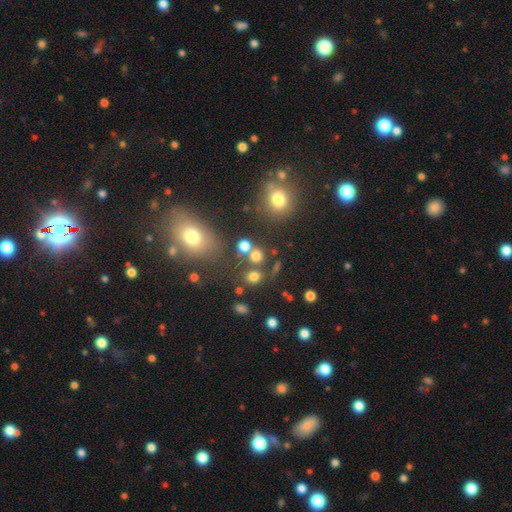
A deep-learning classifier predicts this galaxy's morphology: A smooth galaxy with no disk features (72%) that is round (83%). Merging: none (65%).